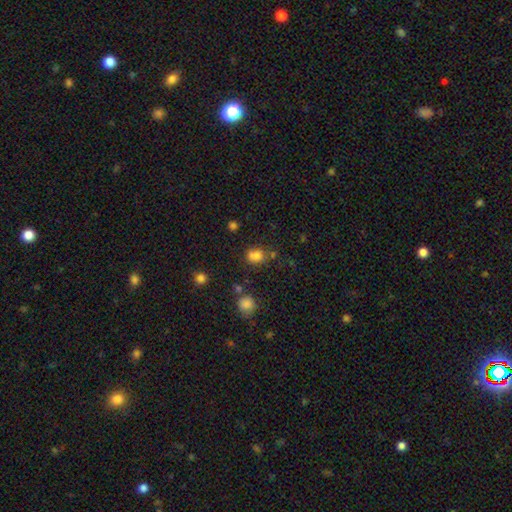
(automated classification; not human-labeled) Smooth or featured? smooth (76%)
How rounded? round (52%)
Merging? none (58%)